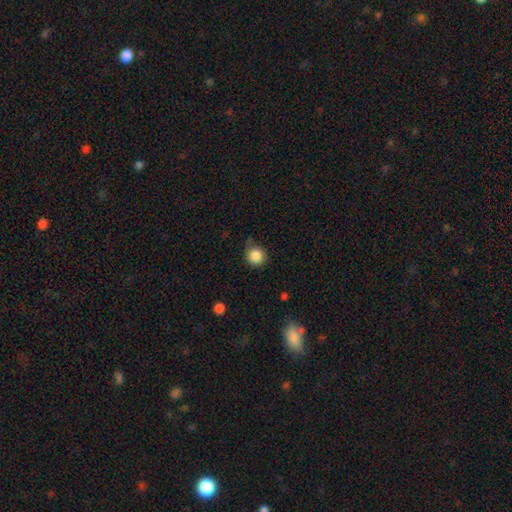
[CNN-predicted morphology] smooth 85%, star or artifact 10%, featured or disk 5%. Down the decision tree: how rounded — round (91%); merging — none (71%).